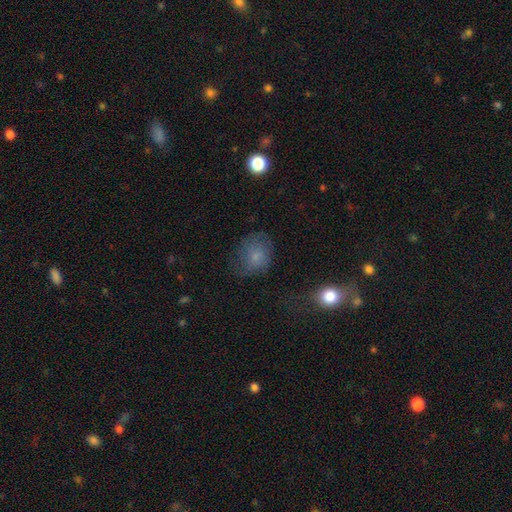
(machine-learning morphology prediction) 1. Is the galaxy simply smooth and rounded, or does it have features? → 67% smooth, 21% featured or disk, 12% star or artifact.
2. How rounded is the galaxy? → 57% round, 42% in between, 1% cigar-shaped.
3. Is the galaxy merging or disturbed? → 54% none, 25% minor disturbance, 19% major disturbance, 3% merger.